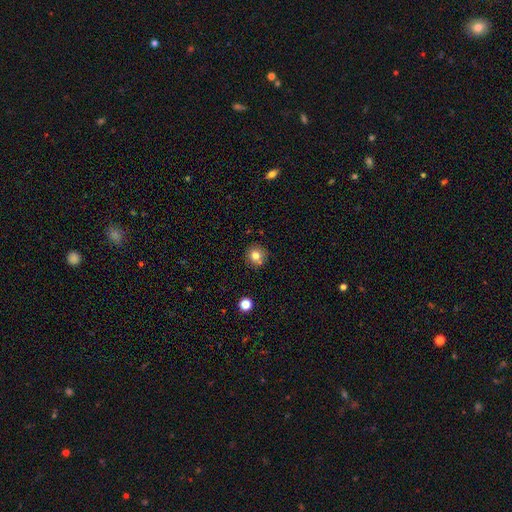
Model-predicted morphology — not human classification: smooth-or-featured: smooth: 78% | star or artifact: 12% | featured or disk: 9%
  how-rounded: round: 93% | in between: 6% | cigar-shaped: 1%
  merging: none: 81% | minor disturbance: 9% | merger: 8% | major disturbance: 2%